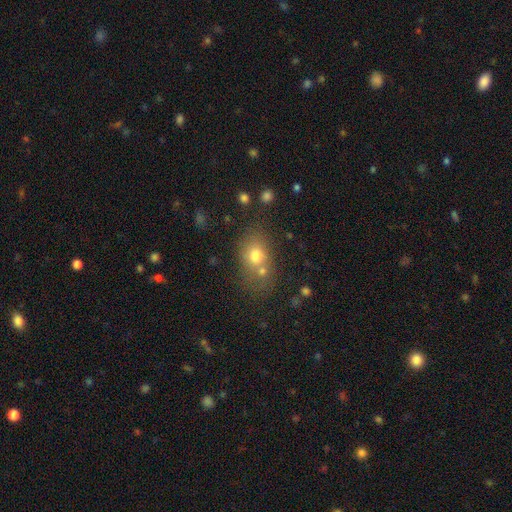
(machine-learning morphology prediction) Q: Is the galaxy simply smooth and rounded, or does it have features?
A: smooth — 72%.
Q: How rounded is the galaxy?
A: in between — 57%.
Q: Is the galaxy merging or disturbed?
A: none — 51%.